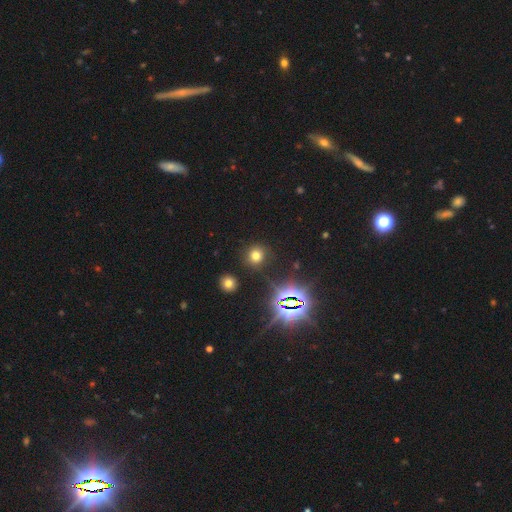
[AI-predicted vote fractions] A smooth galaxy with no disk features (65%) that is round (87%). Merging: none (87%).